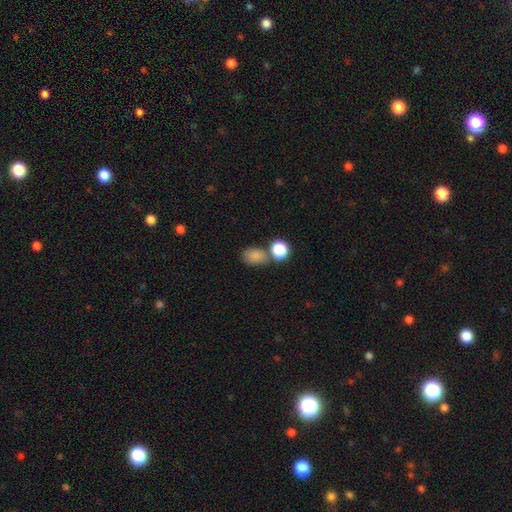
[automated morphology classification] Q: Smooth or featured?
A: smooth (83%); runner-up: star or artifact (11%)
Q: How rounded?
A: in between (71%); runner-up: round (27%)
Q: Merging?
A: none (57%); runner-up: merger (23%)